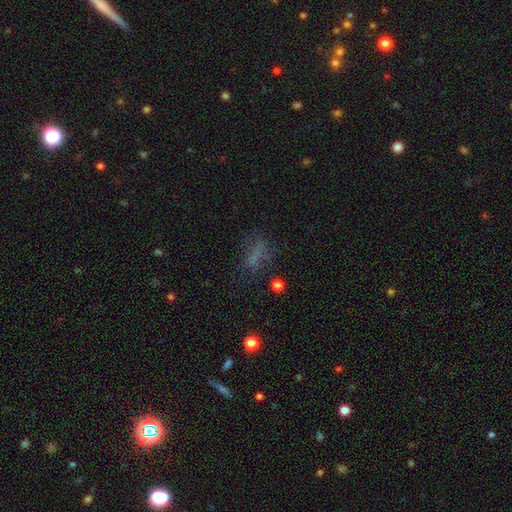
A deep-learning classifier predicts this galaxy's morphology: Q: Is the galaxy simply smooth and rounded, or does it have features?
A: smooth — 59%.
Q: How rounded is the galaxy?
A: in between — 53%.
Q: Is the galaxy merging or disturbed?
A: none — 58%.